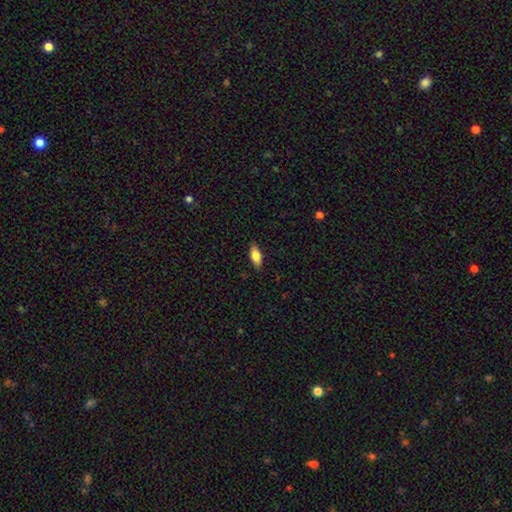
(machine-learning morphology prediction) Smooth or featured?
  - smooth: 81% *
  - featured or disk: 13%
  - star or artifact: 7%
How rounded?
  - in between: 83% *
  - cigar-shaped: 14%
  - round: 3%
Merging?
  - none: 86% *
  - minor disturbance: 10%
  - major disturbance: 2%
  - merger: 1%